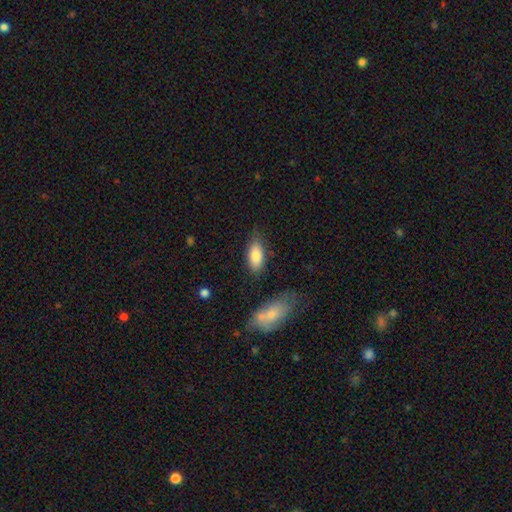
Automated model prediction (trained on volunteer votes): Smooth or featured?
  - smooth: 83% *
  - featured or disk: 10%
  - star or artifact: 7%
How rounded?
  - in between: 87% *
  - cigar-shaped: 10%
  - round: 3%
Merging?
  - none: 71% *
  - minor disturbance: 20%
  - major disturbance: 5%
  - merger: 4%